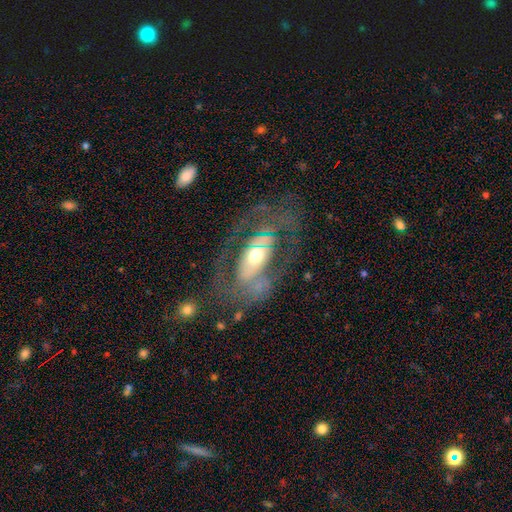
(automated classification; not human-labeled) This is clearly a featured or disk galaxy (81%). It is clearly not viewed edge-on (91%). Bar: possibly no (46%). Spiral arm pattern: likely yes (66%). Central bulge: likely moderate (63%). Merging: likely none (61%).